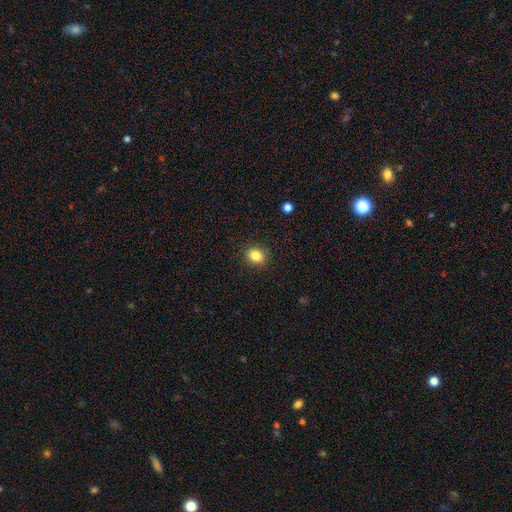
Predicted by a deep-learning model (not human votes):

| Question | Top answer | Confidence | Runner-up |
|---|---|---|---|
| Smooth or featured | smooth | 85% | star or artifact (10%) |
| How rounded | in between | 50% | round (49%) |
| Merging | none | 89% | minor disturbance (8%) |